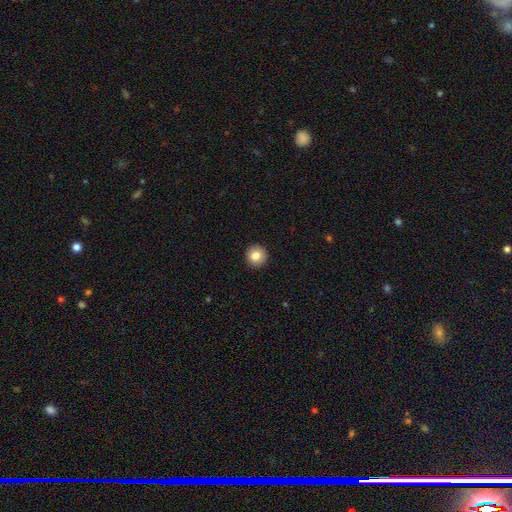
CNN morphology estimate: The model was most divided on "smooth or featured": smooth: 82%, star or artifact: 9%, featured or disk: 9%. More confident: how rounded — round (95%); merging — none (93%).